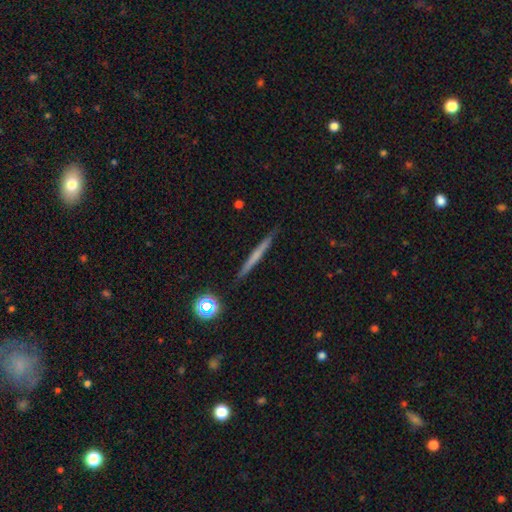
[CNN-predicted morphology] smooth_or_featured: smooth (p=0.50) [alt: featured or disk p=0.42]
how_rounded: cigar-shaped (p=0.95) [alt: in between p=0.02]
merging: none (p=0.91) [alt: minor disturbance p=0.07]